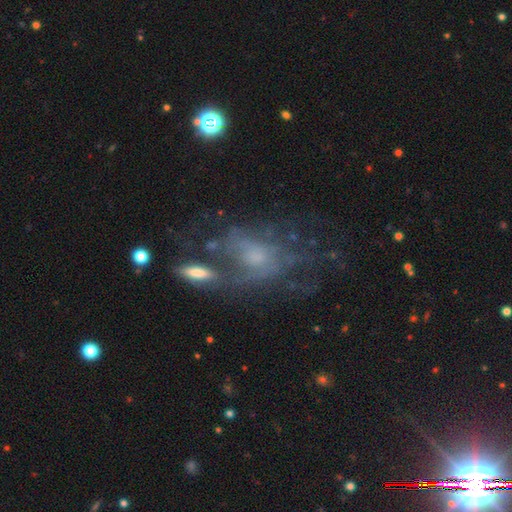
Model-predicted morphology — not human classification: The model was most divided on "bulge size": small: 38%, moderate: 32%, none: 21%, large: 7%, dominant: 2%. Remaining: edge-on disk — no (92%); bar — no (79%); smooth or featured — featured or disk (62%); spiral arms — yes (54%); merging — none (38%).